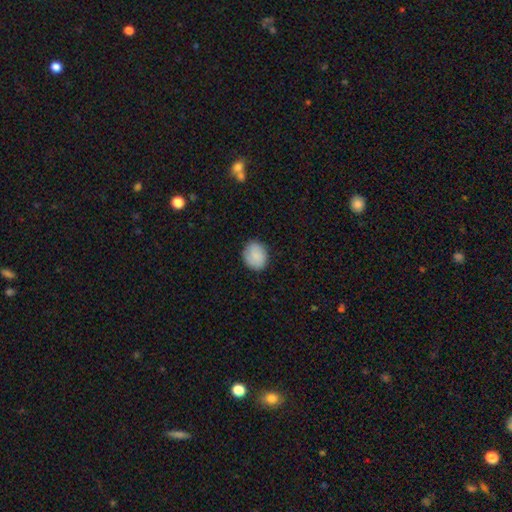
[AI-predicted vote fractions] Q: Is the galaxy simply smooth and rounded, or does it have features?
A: smooth — 84%.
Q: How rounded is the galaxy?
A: round — 61%.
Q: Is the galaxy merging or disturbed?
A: none — 85%.